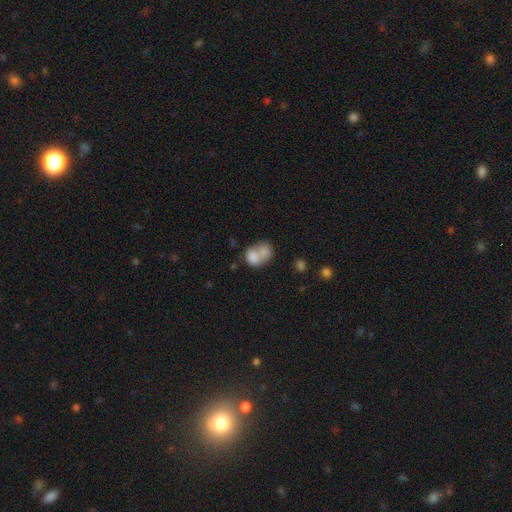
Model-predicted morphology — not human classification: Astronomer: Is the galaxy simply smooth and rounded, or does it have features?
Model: smooth — 76%.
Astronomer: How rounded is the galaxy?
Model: in between — 55% (runner-up: round, 44%).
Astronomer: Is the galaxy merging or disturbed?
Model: merger — 68%.